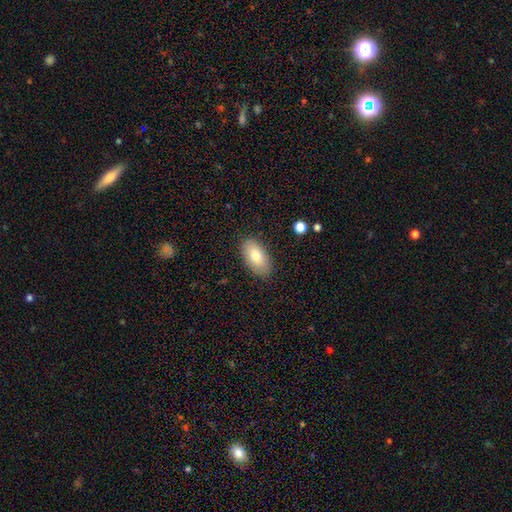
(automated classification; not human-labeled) A smooth galaxy with no disk features (76%) that is in between round and cigar-shaped (93%).

Vote fractions:
- Smooth or featured? smooth: 76% / featured or disk: 17% / star or artifact: 7%
- How rounded? in between: 93% / round: 4% / cigar-shaped: 2%
- Merging? none: 86% / minor disturbance: 11% / major disturbance: 3% / merger: 1%